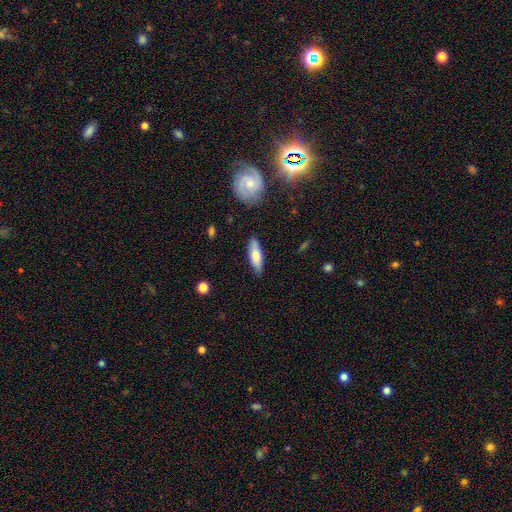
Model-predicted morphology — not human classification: smooth_or_featured: smooth (p=0.70) [alt: featured or disk p=0.24]
how_rounded: in between (p=0.50) [alt: cigar-shaped p=0.48]
merging: none (p=0.81) [alt: minor disturbance p=0.14]